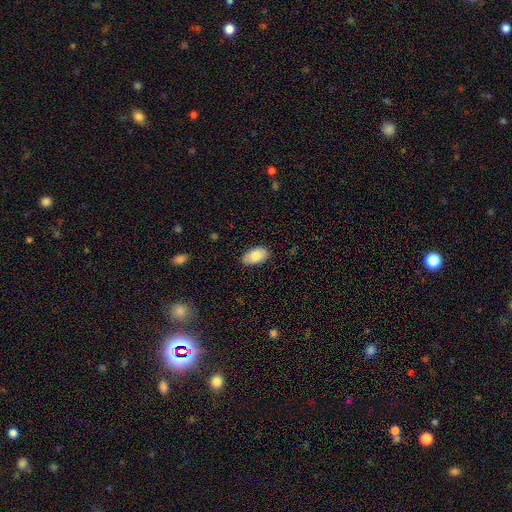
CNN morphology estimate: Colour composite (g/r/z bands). It shows a smooth galaxy with no disk features (80%) that is in between round and cigar-shaped (94%). Merging: none (85%).